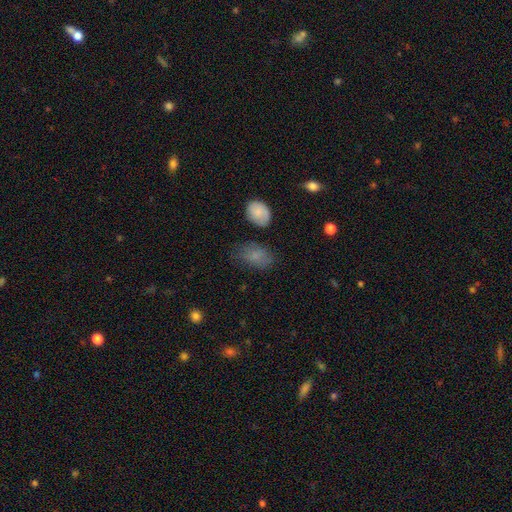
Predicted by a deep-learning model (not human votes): The model was most divided on "merging": none: 62%, minor disturbance: 25%, major disturbance: 9%, merger: 4%. More confident: how rounded — in between (87%); smooth or featured — smooth (79%).